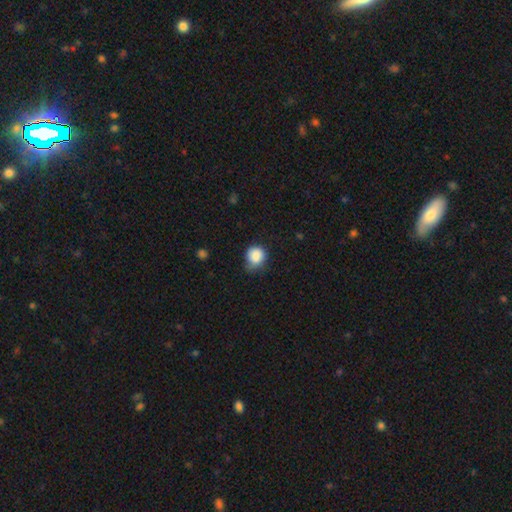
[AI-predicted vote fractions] smooth_or_featured: smooth (p=0.86) [alt: star or artifact p=0.09]
how_rounded: round (p=0.82) [alt: in between p=0.17]
merging: none (p=0.52) [alt: minor disturbance p=0.37]